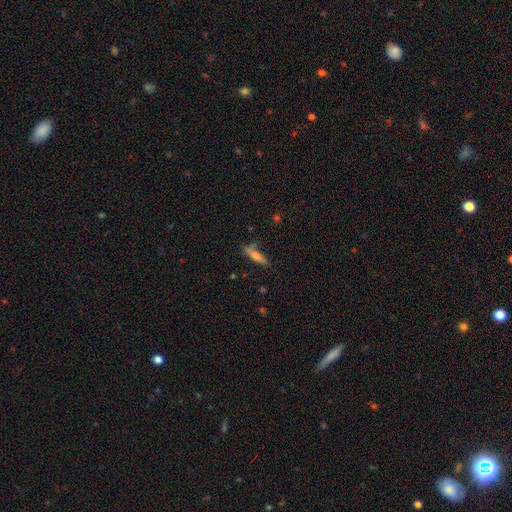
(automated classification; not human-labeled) smooth 57%, featured or disk 34%, star or artifact 9%. Down the decision tree: how rounded — cigar-shaped (74%); merging — none (57%).